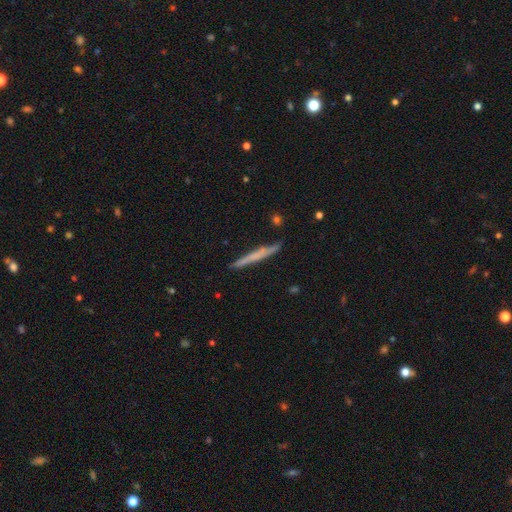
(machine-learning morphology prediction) type=smooth (50%); roundness=cigar-shaped (96%); merging=none (86%).